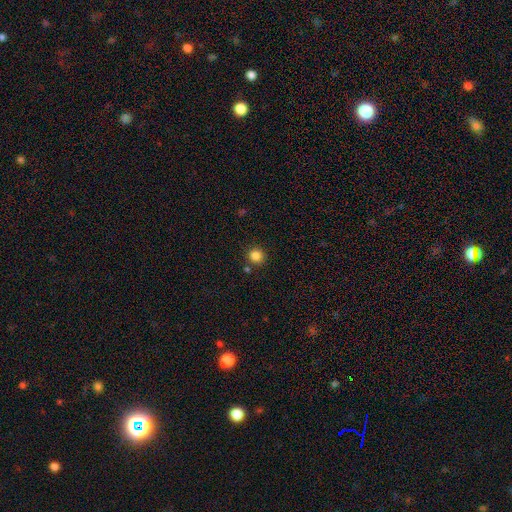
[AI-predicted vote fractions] smooth_or_featured: smooth (p=0.84) [alt: star or artifact p=0.12]
how_rounded: round (p=0.94) [alt: in between p=0.05]
merging: none (p=0.86) [alt: minor disturbance p=0.06]